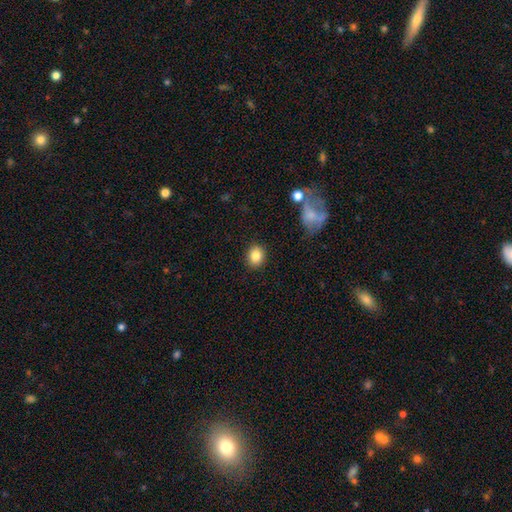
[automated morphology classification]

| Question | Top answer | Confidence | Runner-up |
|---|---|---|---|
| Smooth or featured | smooth | 85% | star or artifact (9%) |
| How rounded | round | 63% | in between (36%) |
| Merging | none | 89% | minor disturbance (7%) |